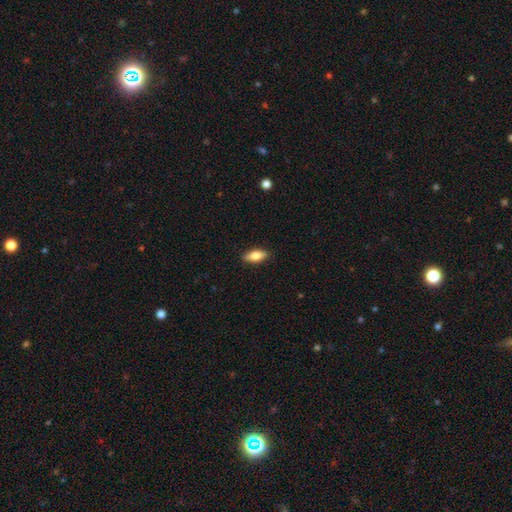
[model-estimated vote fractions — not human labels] This appears to be a smooth galaxy with no disk features (74%) that is in between round and cigar-shaped (78%). Merging: none (89%).